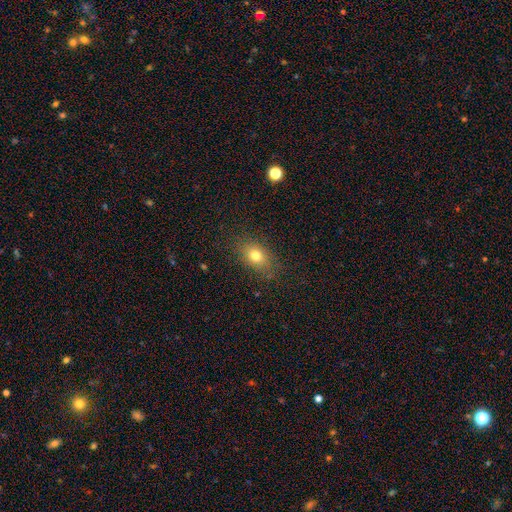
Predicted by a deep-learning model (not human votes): This is likely a smooth galaxy (77%). How rounded: likely in between (75%). Merging: clearly none (82%).